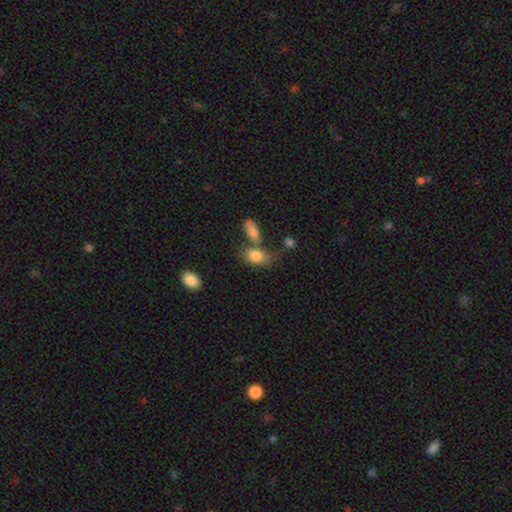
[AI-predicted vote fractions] Smooth or featured? smooth (83%)
How rounded? in between (83%)
Merging? none (46%)